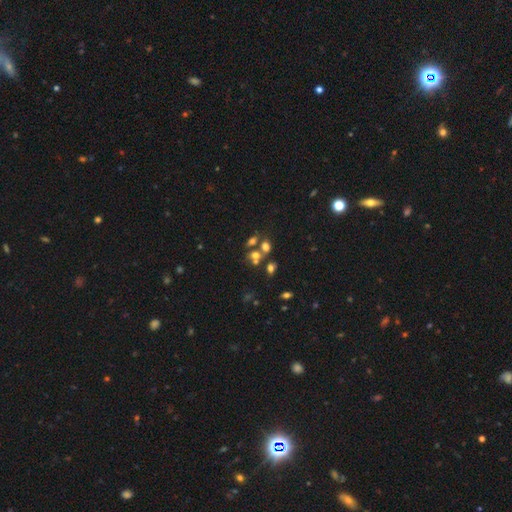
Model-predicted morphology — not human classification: A smooth galaxy with no disk features (56%) that is in between round and cigar-shaped (52%). Merging: merger (43%).